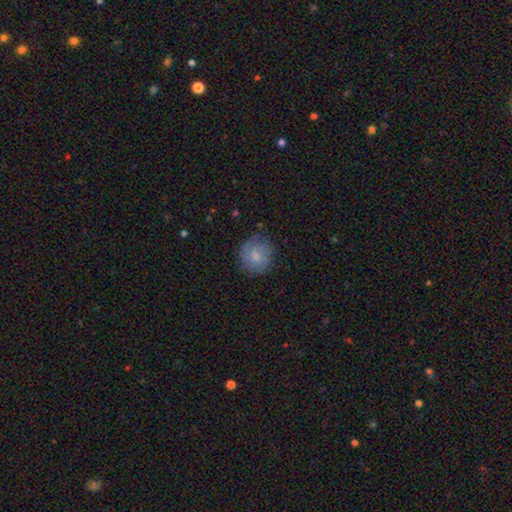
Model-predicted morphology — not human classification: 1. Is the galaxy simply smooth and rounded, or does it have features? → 58% smooth, 34% featured or disk, 8% star or artifact.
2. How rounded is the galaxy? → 85% round, 14% in between, 1% cigar-shaped.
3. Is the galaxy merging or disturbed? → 73% none, 19% minor disturbance, 7% major disturbance, 1% merger.